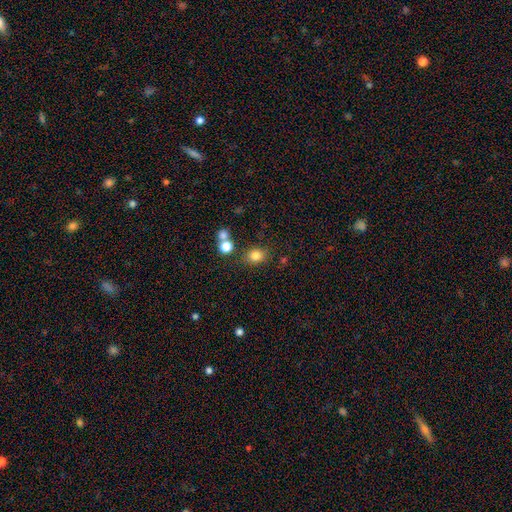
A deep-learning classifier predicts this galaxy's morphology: A smooth galaxy with no disk features (81%) that is round (55%).

Vote fractions:
- Smooth or featured? smooth: 81% / star or artifact: 13% / featured or disk: 7%
- How rounded? round: 55% / in between: 44% / cigar-shaped: 1%
- Merging? none: 77% / minor disturbance: 11% / merger: 8% / major disturbance: 4%